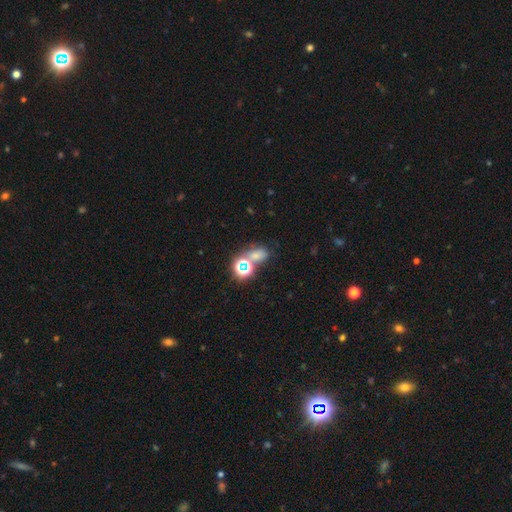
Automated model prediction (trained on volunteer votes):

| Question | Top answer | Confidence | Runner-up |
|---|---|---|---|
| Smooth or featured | smooth | 48% | star or artifact (40%) |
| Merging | none | 49% | merger (31%) |